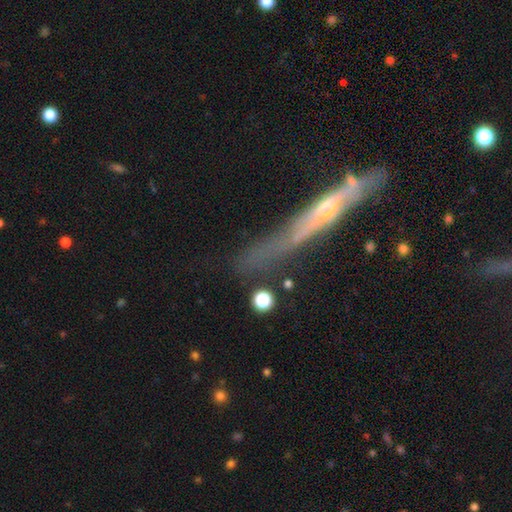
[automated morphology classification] A featured or disk galaxy (67%) viewed edge-on (83%) with a rounded central bulge (62%). Merging: none (61%).